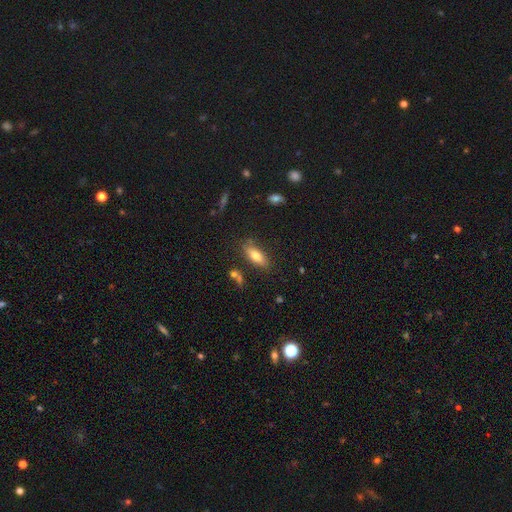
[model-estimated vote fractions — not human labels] smooth_or_featured: smooth (p=0.69) [alt: featured or disk p=0.24]
how_rounded: in between (p=0.67) [alt: cigar-shaped p=0.30]
merging: none (p=0.80) [alt: minor disturbance p=0.13]